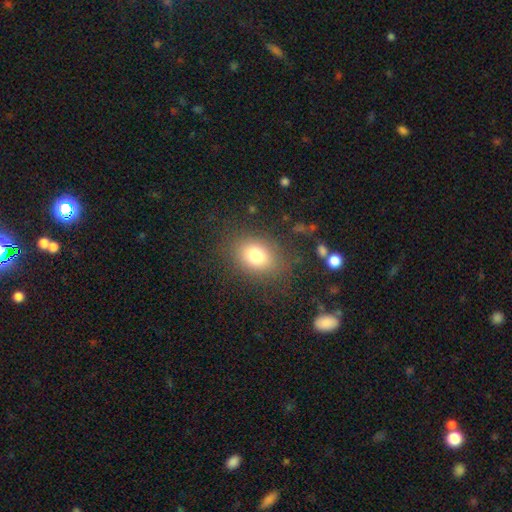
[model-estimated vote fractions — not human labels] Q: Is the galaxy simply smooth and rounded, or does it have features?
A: smooth — 78%.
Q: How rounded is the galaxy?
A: in between — 57%.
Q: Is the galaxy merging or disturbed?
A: none — 80%.